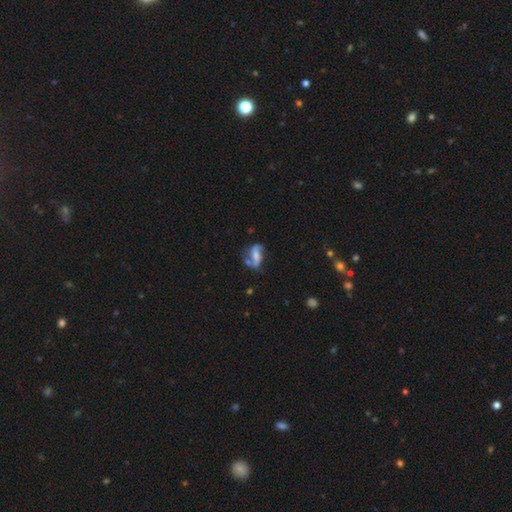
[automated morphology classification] Smooth or featured?
  - featured or disk: 73% *
  - smooth: 19%
  - star or artifact: 8%
Edge-on disk?
  - no: 96% *
  - yes: 4%
Bar?
  - weak: 38% *
  - no: 36%
  - strong: 26%
Spiral arms?
  - yes: 90% *
  - no: 10%
Spiral winding?
  - loose: 60% *
  - medium: 31%
  - tight: 9%
Spiral arm count?
  - 2: 87% *
  - 1: 7%
  - can't tell: 4%
  - 3: 1%
  - 4: 1%
  - more than 4: 1%
Bulge size?
  - small: 30% *
  - moderate: 29%
  - none: 27%
  - large: 11%
  - dominant: 2%
Merging?
  - none: 53% *
  - minor disturbance: 20%
  - major disturbance: 15%
  - merger: 11%